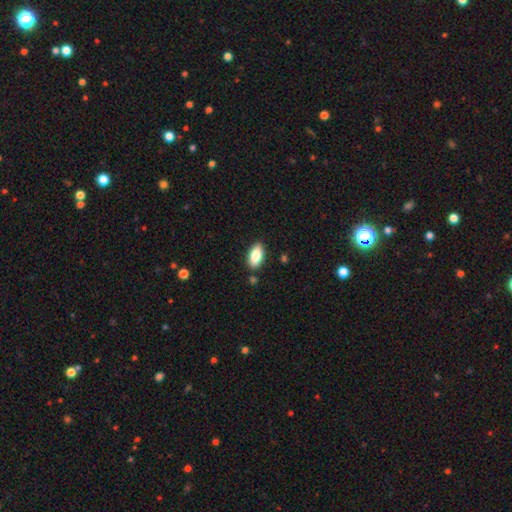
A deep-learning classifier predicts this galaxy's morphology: Smooth or featured? smooth (85%)
How rounded? in between (91%)
Merging? none (86%)